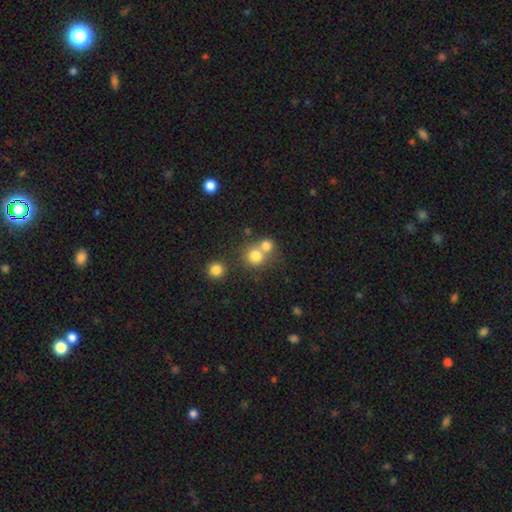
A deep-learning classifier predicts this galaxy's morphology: This is likely a smooth galaxy (77%). How rounded: clearly round (86%). Merging: possibly none (47%).